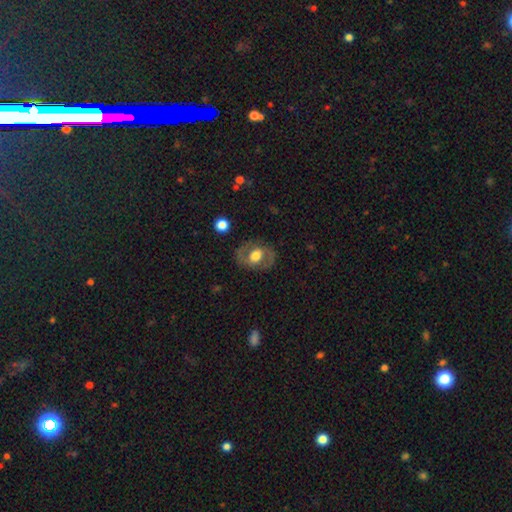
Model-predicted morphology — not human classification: Q: Smooth or featured?
A: featured or disk (54%); runner-up: smooth (39%)
Q: Edge-on disk?
A: no (94%); runner-up: yes (6%)
Q: Bar?
A: no (64%); runner-up: weak (26%)
Q: Spiral arms?
A: no (57%); runner-up: yes (43%)
Q: Bulge size?
A: moderate (46%); runner-up: large (44%)
Q: Merging?
A: none (78%); runner-up: minor disturbance (14%)